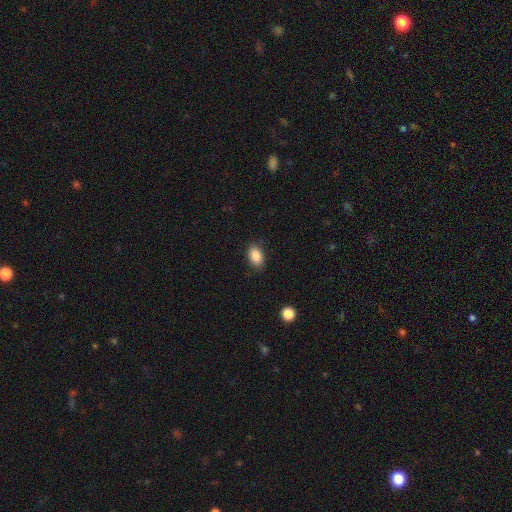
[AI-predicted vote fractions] This appears to be a smooth galaxy with no disk features (87%) that is in between round and cigar-shaped (88%). Merging: none (86%).